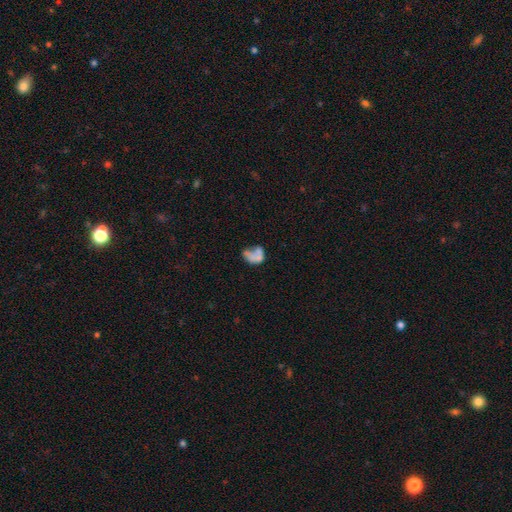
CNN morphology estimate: This is possibly a smooth galaxy (54%). How rounded: likely in between (68%). Merging: marginally major disturbance (28%, tied with merger).